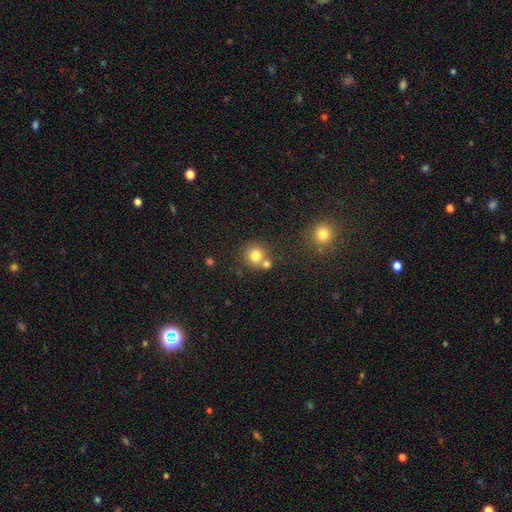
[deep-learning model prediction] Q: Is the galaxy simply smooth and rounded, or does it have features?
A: smooth — 79%.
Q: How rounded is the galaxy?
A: round — 89%.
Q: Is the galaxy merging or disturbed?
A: none — 61%.